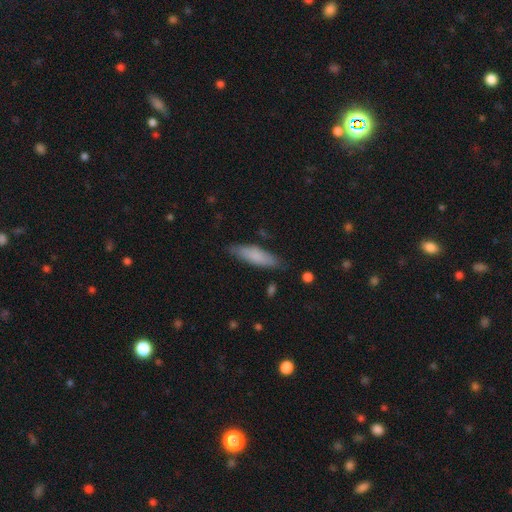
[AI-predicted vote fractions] Smooth or featured? Predicted: smooth (p=0.80). How rounded? Predicted: cigar-shaped (p=0.60). Merging? Predicted: none (p=0.81).